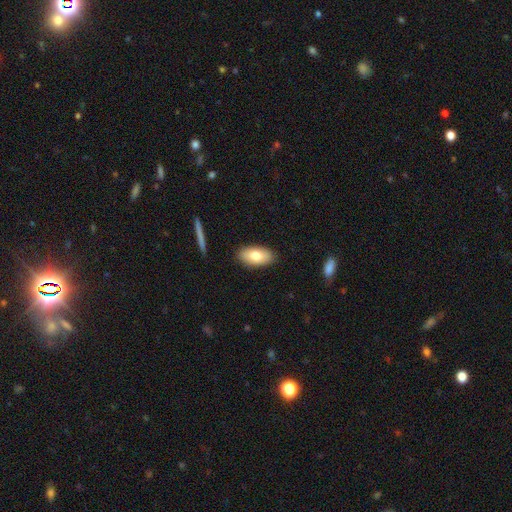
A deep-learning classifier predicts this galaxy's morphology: This is likely a smooth galaxy (76%). How rounded: clearly in between (93%). Merging: clearly none (88%).